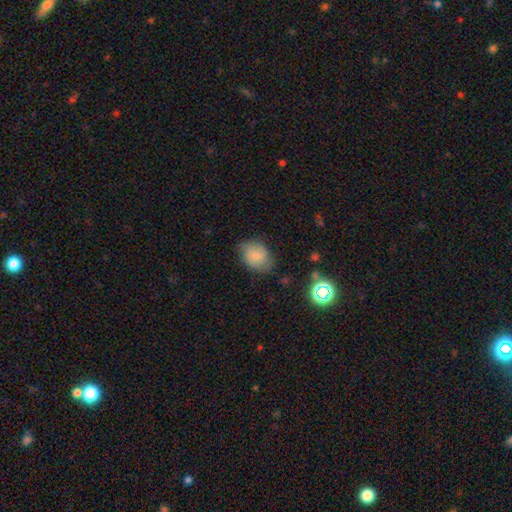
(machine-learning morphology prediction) Smooth or featured?
  - smooth: 75% *
  - featured or disk: 16%
  - star or artifact: 9%
How rounded?
  - in between: 67% *
  - round: 32%
  - cigar-shaped: 1%
Merging?
  - none: 68% *
  - minor disturbance: 24%
  - major disturbance: 6%
  - merger: 2%